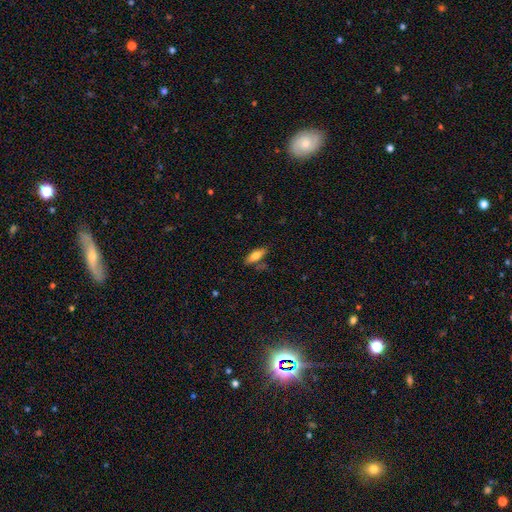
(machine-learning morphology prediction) A smooth galaxy with no disk features (74%) that is in between round and cigar-shaped (61%). Merging: none (76%).